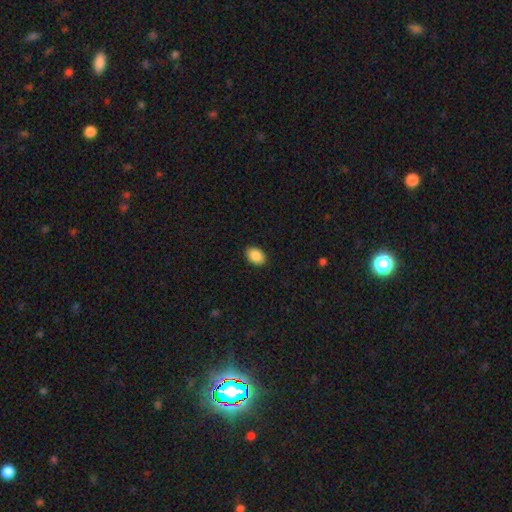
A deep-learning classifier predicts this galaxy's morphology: Smooth or featured? Predicted: smooth (p=0.89). How rounded? Predicted: in between (p=0.78). Merging? Predicted: none (p=0.90).